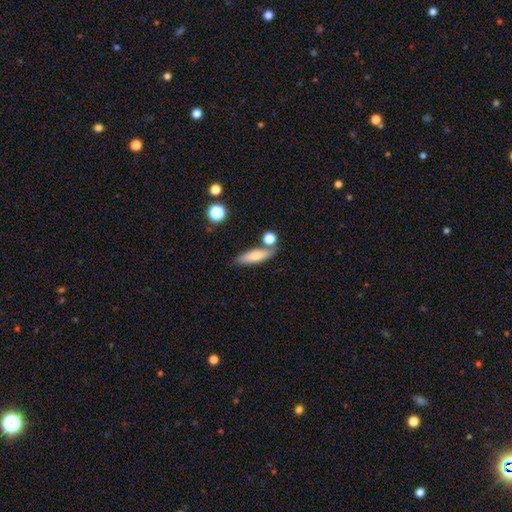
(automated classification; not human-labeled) smooth-or-featured: smooth: 70% | featured or disk: 23% | star or artifact: 8%
  how-rounded: cigar-shaped: 50% | in between: 45% | round: 4%
  merging: none: 70% | merger: 14% | minor disturbance: 13% | major disturbance: 3%